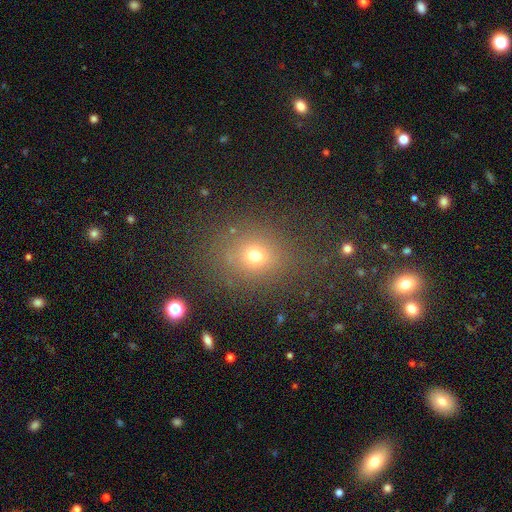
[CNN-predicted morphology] Overall: smooth (69%). How rounded: round (64%; in between 34%). Merging: none (79%).